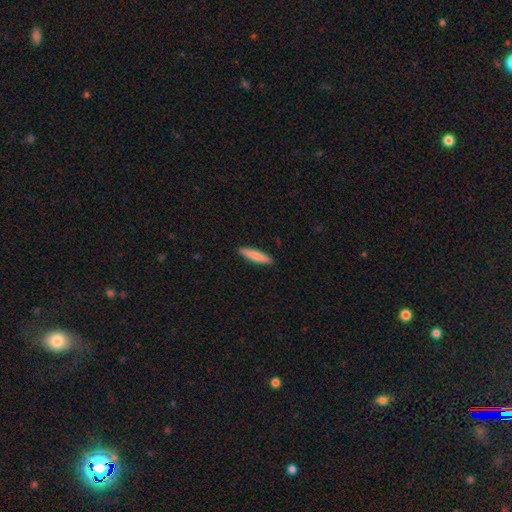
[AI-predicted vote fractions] Overall: smooth (84%). How rounded: cigar-shaped (84%). Merging: none (91%).